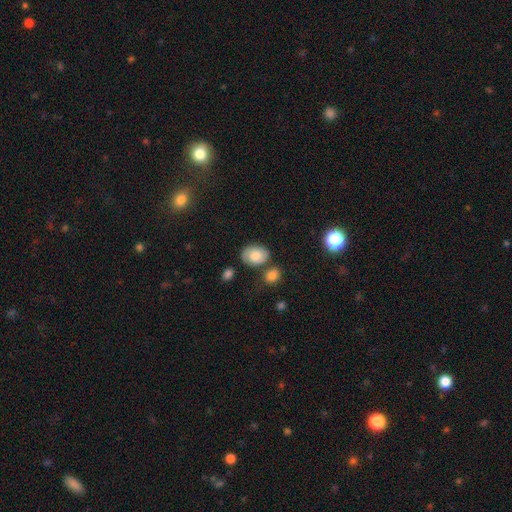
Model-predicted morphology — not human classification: A smooth galaxy with no disk features (79%) that is in between round and cigar-shaped (70%). Merging: none (70%).